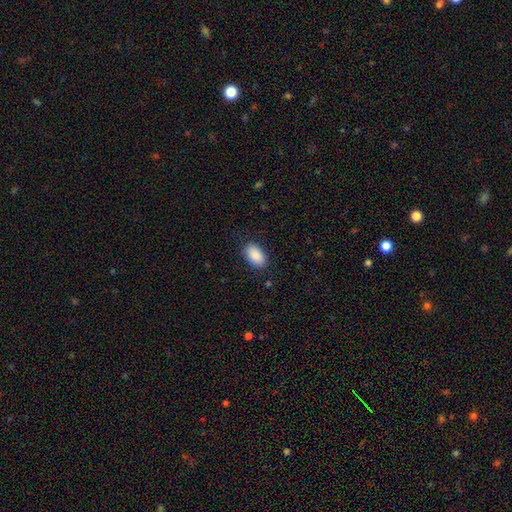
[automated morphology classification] The model was most divided on "merging": none: 87%, minor disturbance: 9%, major disturbance: 3%, merger: 1%. More confident: how rounded — in between (94%); smooth or featured — smooth (90%).